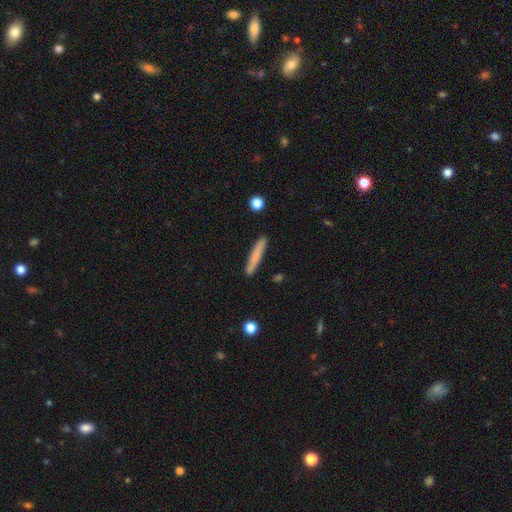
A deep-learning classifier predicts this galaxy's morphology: Smooth or featured? Predicted: smooth (p=0.74). How rounded? Predicted: cigar-shaped (p=0.95). Merging? Predicted: none (p=0.87).